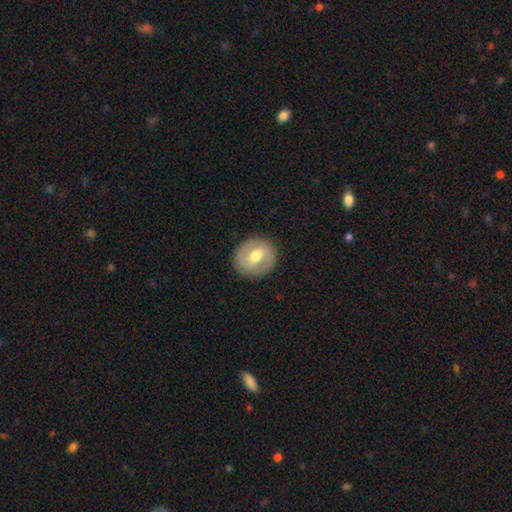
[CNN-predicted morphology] Smooth or featured: smooth — 51% (featured or disk — 42%)
How rounded: round — 83% (in between — 16%)
Merging: none — 88% (minor disturbance — 8%)